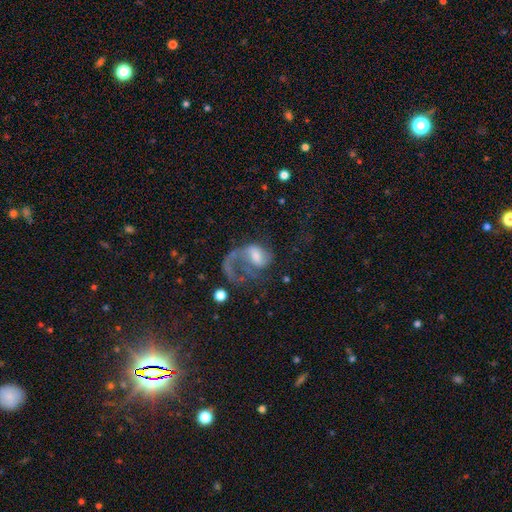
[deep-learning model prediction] featured or disk 71%, smooth 20%, star or artifact 9%. Down the decision tree: edge-on disk — no (98%); bar — no (46%); spiral arms — yes (84%); spiral arm count — 1 (77%); spiral winding — loose (55%); bulge size — moderate (38%); merging — major disturbance (55%).